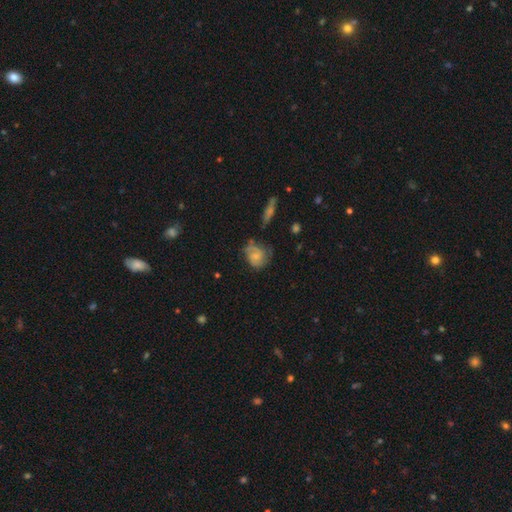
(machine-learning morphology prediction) A featured or disk galaxy (51%). Merging: none (49%).